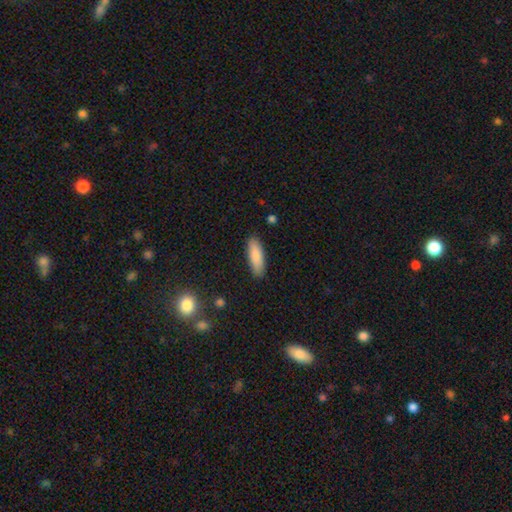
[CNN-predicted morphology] smooth 86%, featured or disk 8%, star or artifact 6%. Down the decision tree: how rounded — in between (50%); merging — none (89%).